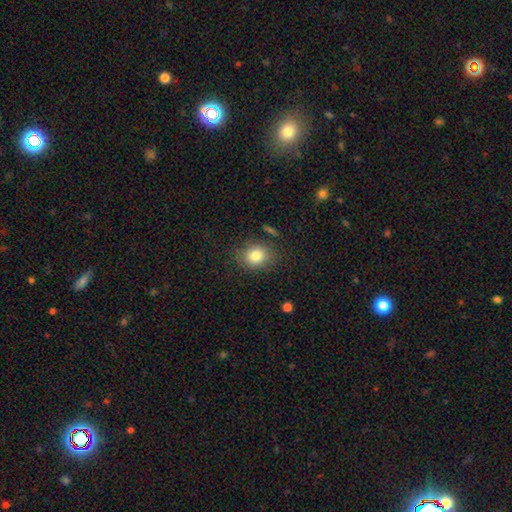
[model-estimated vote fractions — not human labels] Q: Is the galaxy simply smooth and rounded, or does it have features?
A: smooth — 82%.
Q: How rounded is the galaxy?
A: round — 62%.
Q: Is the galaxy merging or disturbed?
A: none — 82%.